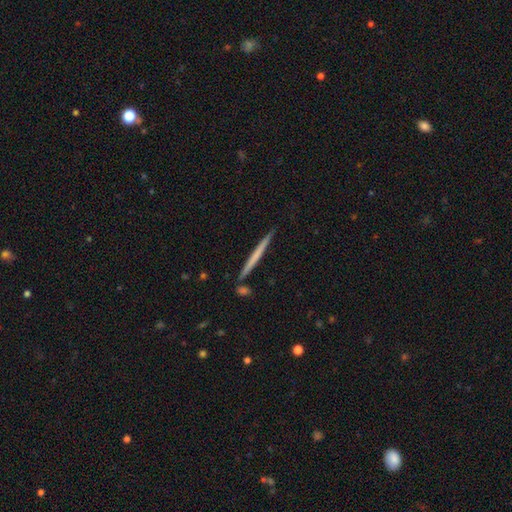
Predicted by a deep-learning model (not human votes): Smooth or featured?
  - smooth: 48% *
  - featured or disk: 47%
  - star or artifact: 5%
Merging?
  - none: 88% *
  - minor disturbance: 7%
  - merger: 3%
  - major disturbance: 1%